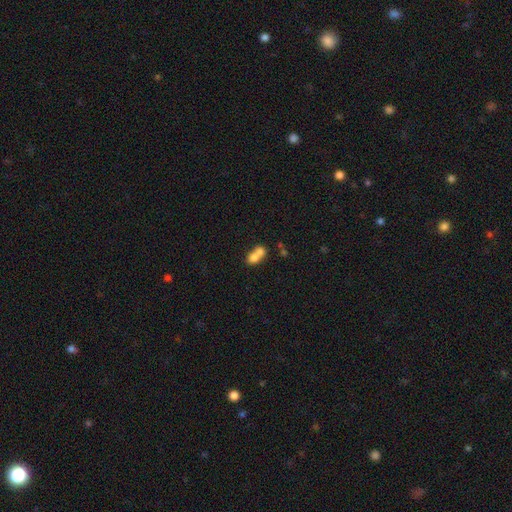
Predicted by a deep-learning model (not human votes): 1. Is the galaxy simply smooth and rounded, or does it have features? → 70% smooth, 20% featured or disk, 10% star or artifact.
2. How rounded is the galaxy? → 50% in between, 49% round, 2% cigar-shaped.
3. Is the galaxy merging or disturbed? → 71% merger, 20% none, 5% minor disturbance, 3% major disturbance.